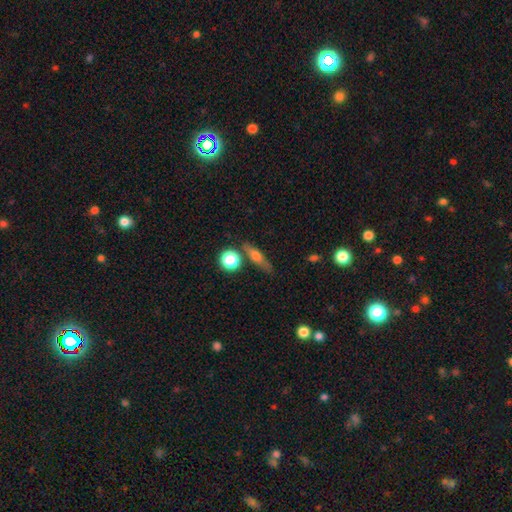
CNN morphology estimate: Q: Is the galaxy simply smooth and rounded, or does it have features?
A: smooth — 47%.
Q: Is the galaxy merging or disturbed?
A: none — 75%.